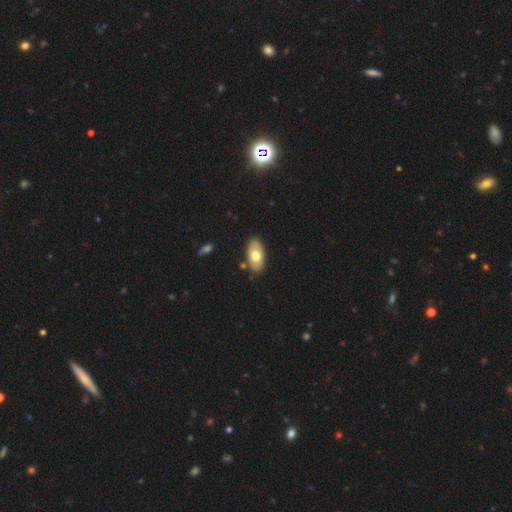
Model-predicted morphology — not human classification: Smooth or featured? Predicted: smooth (p=0.67). How rounded? Predicted: in between (p=0.94). Merging? Predicted: none (p=0.84).